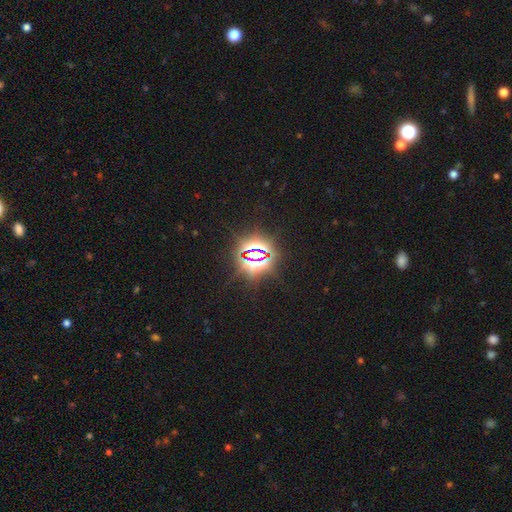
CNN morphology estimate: star or artifact 82%, smooth 10%, featured or disk 8%.